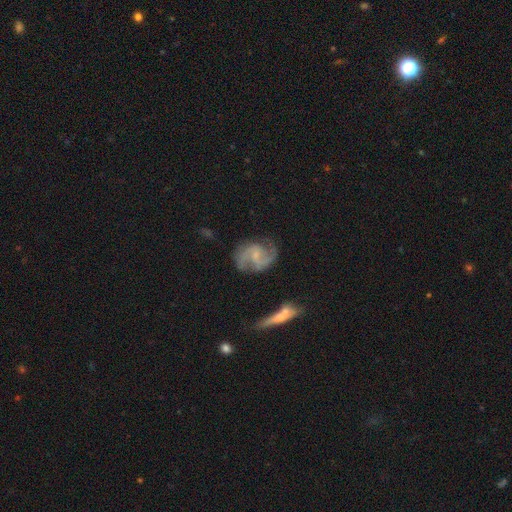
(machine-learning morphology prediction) The model was most divided on "bar": weak: 47%, no: 40%, strong: 13%. More confident: edge-on disk — no (97%); spiral arms — yes (96%); spiral arm count — 2 (90%); smooth or featured — featured or disk (87%); merging — none (72%); bulge size — small (65%); spiral winding — medium (54%).